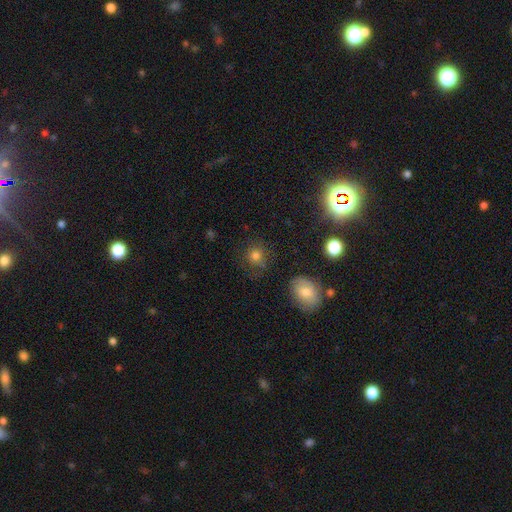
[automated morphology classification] Smooth or featured: smooth — 75% (star or artifact — 16%)
How rounded: round — 84% (in between — 15%)
Merging: none — 71% (minor disturbance — 16%)